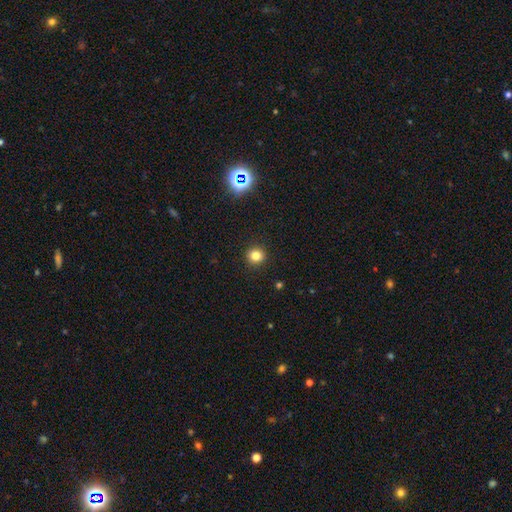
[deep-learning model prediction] A smooth galaxy with no disk features (80%) that is round (91%).

Vote fractions:
- Smooth or featured? smooth: 80% / star or artifact: 14% / featured or disk: 6%
- How rounded? round: 91% / in between: 8% / cigar-shaped: 1%
- Merging? none: 92% / minor disturbance: 5% / major disturbance: 2% / merger: 1%